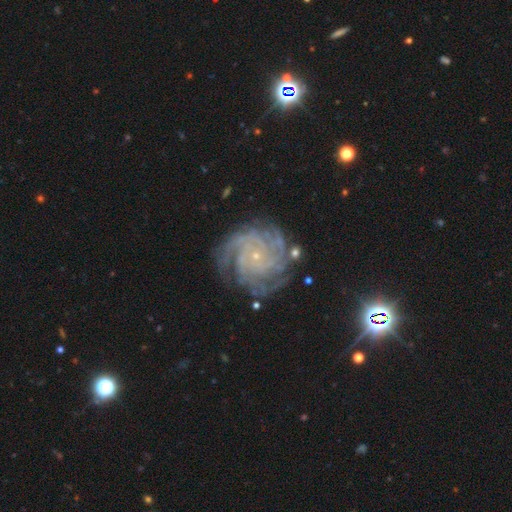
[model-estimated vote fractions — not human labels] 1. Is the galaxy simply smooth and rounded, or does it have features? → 88% featured or disk, 7% star or artifact, 5% smooth.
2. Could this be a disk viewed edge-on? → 98% no, 2% yes.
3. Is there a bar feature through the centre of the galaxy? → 78% no, 17% weak, 6% strong.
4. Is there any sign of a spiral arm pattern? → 98% yes, 2% no.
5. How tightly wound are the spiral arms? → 74% tight, 22% medium, 4% loose.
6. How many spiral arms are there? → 30% 4, 19% more than 4, 18% can't tell, 15% 3, 9% 2, 8% 1.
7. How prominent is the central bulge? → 89% small, 6% moderate, 3% none, 1% large, 1% dominant.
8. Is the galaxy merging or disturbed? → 75% none, 16% minor disturbance, 7% major disturbance, 2% merger.